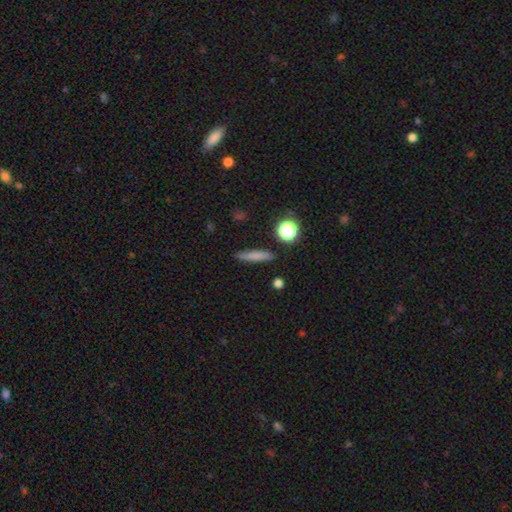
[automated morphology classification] This appears to be a smooth galaxy with no disk features (75%) that is cigar-shaped (82%). Merging: none (87%).